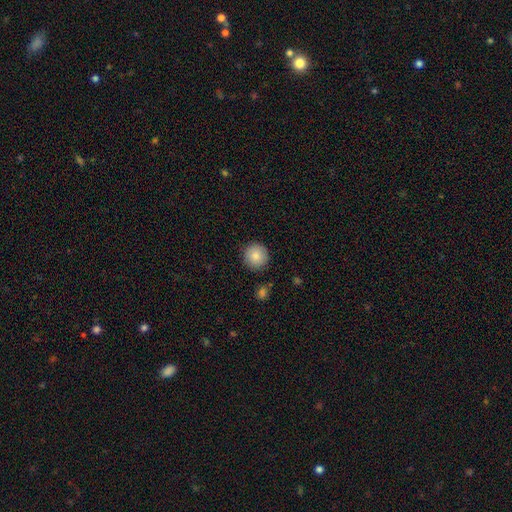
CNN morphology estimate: This appears to be a smooth galaxy with no disk features (86%) that is round (94%). Merging: none (88%).